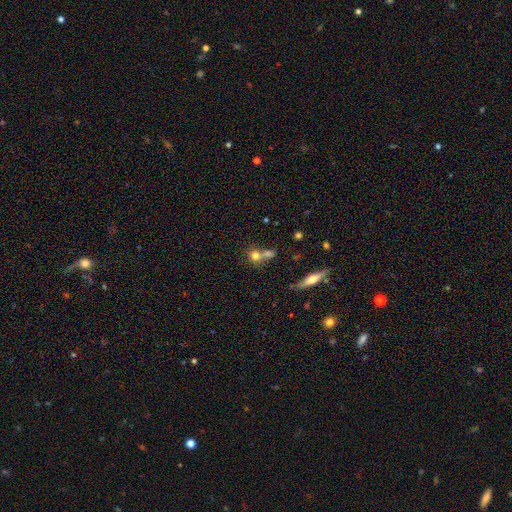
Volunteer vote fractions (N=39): Smooth or featured?
  - smooth: 72% *
  - featured or disk: 18%
  - star or artifact: 10%
How rounded?
  - round: 79% *
  - in between: 18%
  - cigar-shaped: 4%
Merging?
  - merger: 49% *
  - none: 43%
  - minor disturbance: 9%
  - major disturbance: 0%